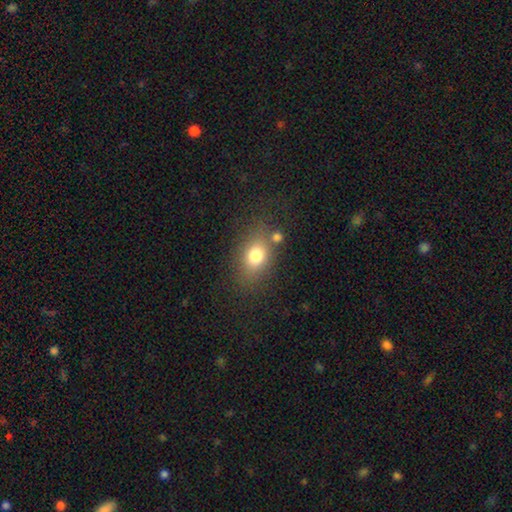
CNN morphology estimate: A smooth galaxy with no disk features (76%) that is in between round and cigar-shaped (65%). Merging: none (68%).